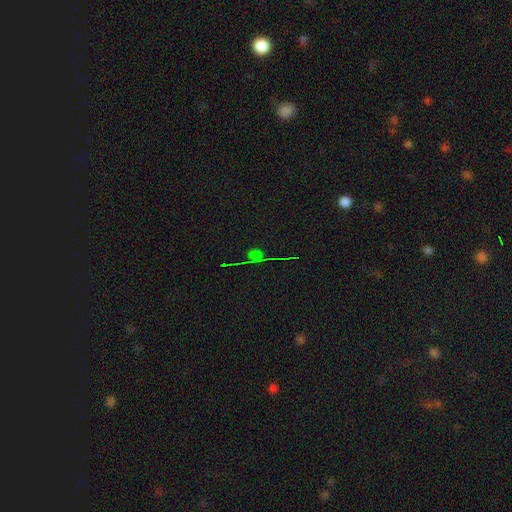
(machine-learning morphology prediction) Q: Smooth or featured?
A: star or artifact (69%); runner-up: smooth (20%)